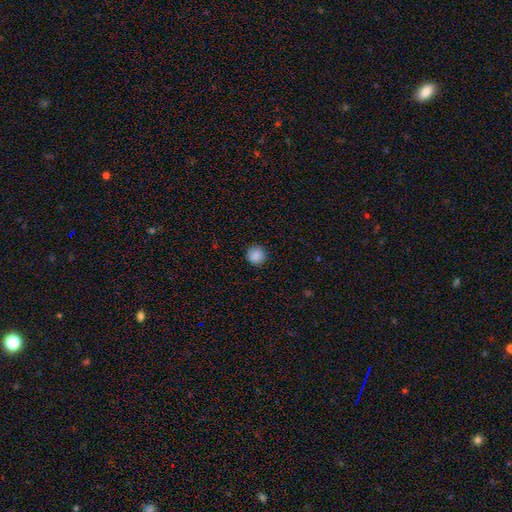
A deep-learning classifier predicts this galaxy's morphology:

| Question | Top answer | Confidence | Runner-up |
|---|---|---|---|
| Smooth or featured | smooth | 88% | star or artifact (9%) |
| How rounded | round | 93% | in between (6%) |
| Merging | none | 90% | minor disturbance (7%) |